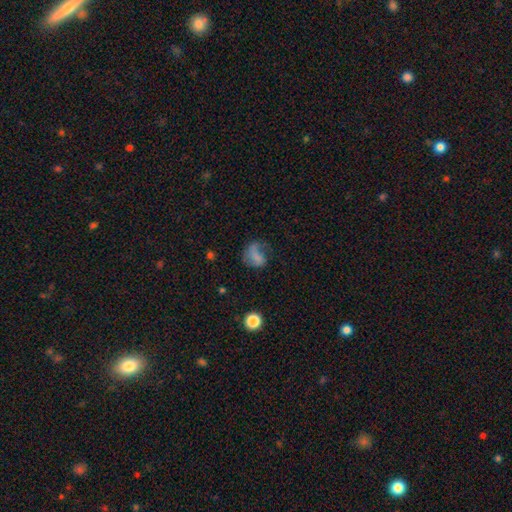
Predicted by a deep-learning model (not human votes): This is possibly a smooth galaxy (59%). How rounded: possibly in between (59%). Merging: marginally major disturbance (42%).